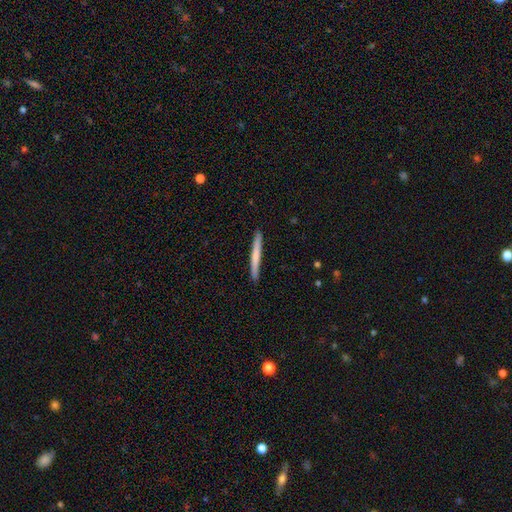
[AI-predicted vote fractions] This is likely a smooth galaxy (63%). How rounded: clearly cigar-shaped (97%). Merging: clearly none (92%).